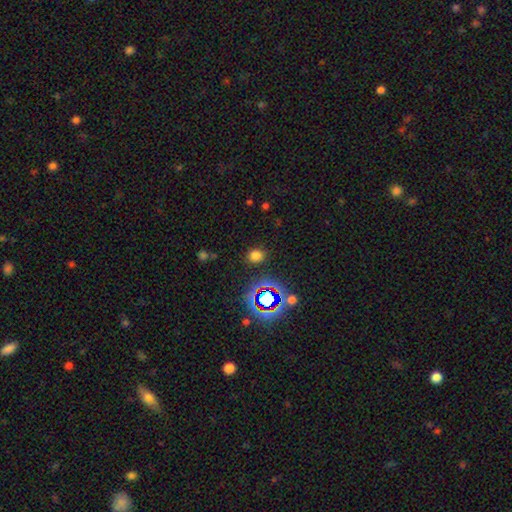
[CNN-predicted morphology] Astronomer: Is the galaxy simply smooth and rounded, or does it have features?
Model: smooth — 68%.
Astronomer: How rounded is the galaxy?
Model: round — 68%.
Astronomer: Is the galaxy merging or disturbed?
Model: none — 86%.